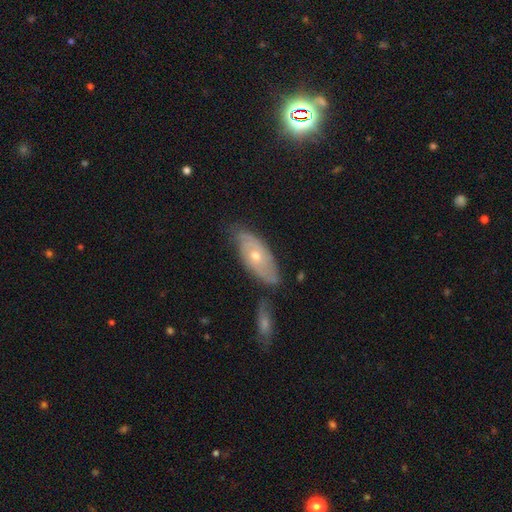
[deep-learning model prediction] smooth_or_featured: featured or disk (p=0.64) [alt: smooth p=0.29]
disk_edge_on: no (p=0.85) [alt: yes p=0.15]
bar: no (p=0.82) [alt: weak p=0.15]
has_spiral_arms: yes (p=0.73) [alt: no p=0.27]
bulge_size: moderate (p=0.53) [alt: small p=0.44]
merging: none (p=0.67) [alt: minor disturbance p=0.21]